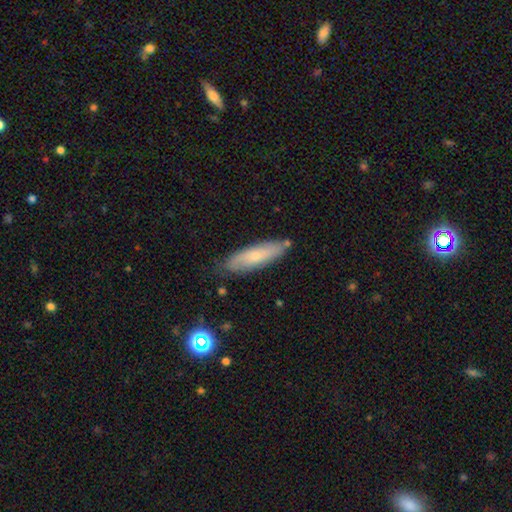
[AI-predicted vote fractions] Overall: smooth (62%; featured or disk 32%). How rounded: cigar-shaped (61%; in between 38%). Merging: none (75%).